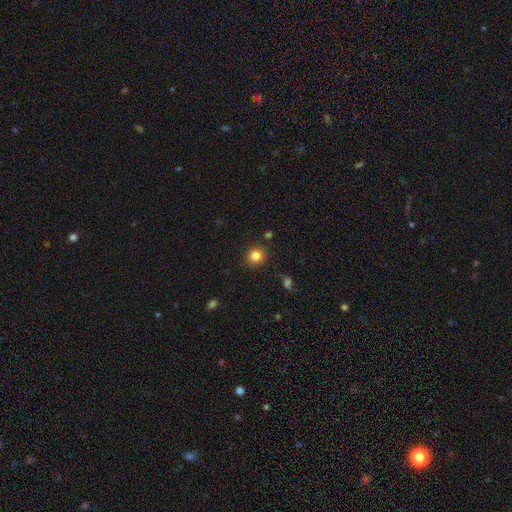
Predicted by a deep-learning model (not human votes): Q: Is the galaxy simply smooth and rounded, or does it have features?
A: smooth — 83%.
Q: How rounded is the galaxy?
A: round — 85%.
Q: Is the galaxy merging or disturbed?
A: none — 88%.